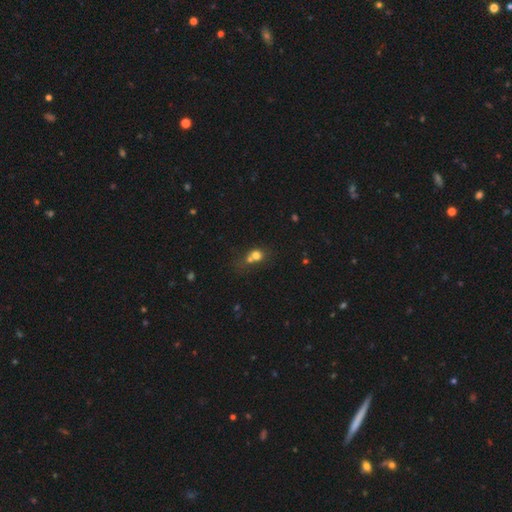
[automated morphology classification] Smooth or featured? Predicted: smooth (p=0.70). How rounded? Predicted: round (p=0.75). Merging? Predicted: merger (p=0.52).